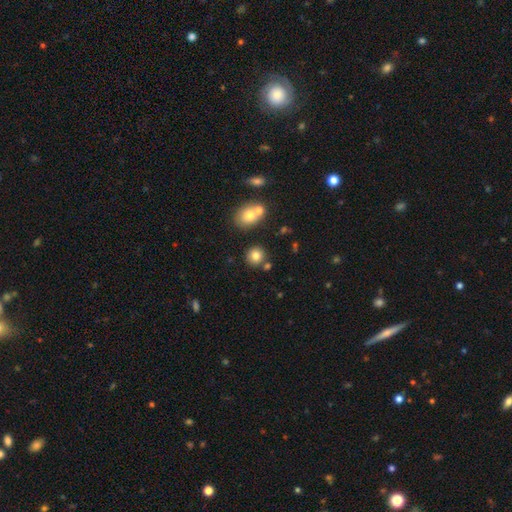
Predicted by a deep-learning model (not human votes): Morphology: type=smooth (80%); roundness=round (88%); merging=none (79%).